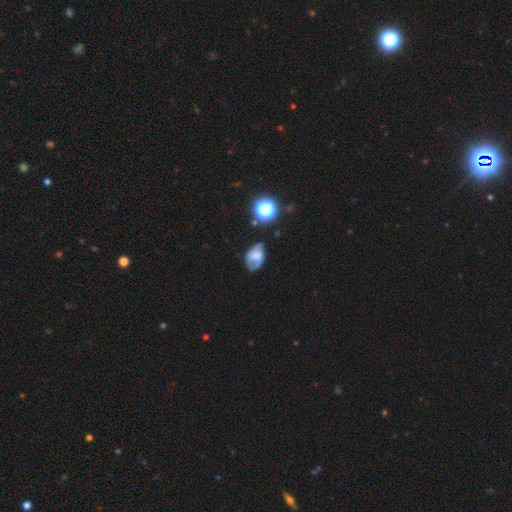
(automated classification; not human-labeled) The model was most divided on "merging": none: 44%, minor disturbance: 33%, major disturbance: 18%, merger: 5%. More confident: how rounded — in between (80%); smooth or featured — smooth (54%).